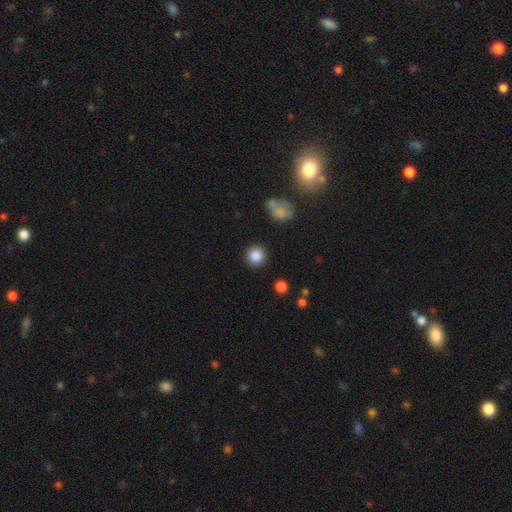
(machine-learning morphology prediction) smooth 86%, star or artifact 10%, featured or disk 4%. Down the decision tree: how rounded — round (92%); merging — none (88%).